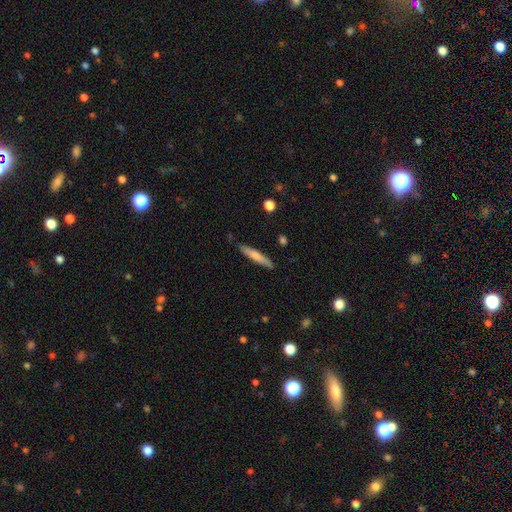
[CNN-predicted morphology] A smooth galaxy with no disk features (69%) that is cigar-shaped (91%).

Vote fractions:
- Smooth or featured? smooth: 69% / featured or disk: 25% / star or artifact: 6%
- How rounded? cigar-shaped: 91% / in between: 8% / round: 1%
- Merging? none: 86% / minor disturbance: 11% / major disturbance: 2% / merger: 2%